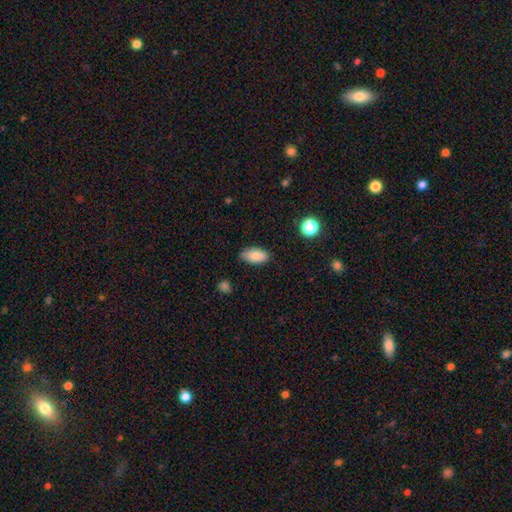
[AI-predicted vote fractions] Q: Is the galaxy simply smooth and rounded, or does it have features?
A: smooth — 85%.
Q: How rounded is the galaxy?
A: in between — 92%.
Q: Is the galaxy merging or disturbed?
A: none — 80%.